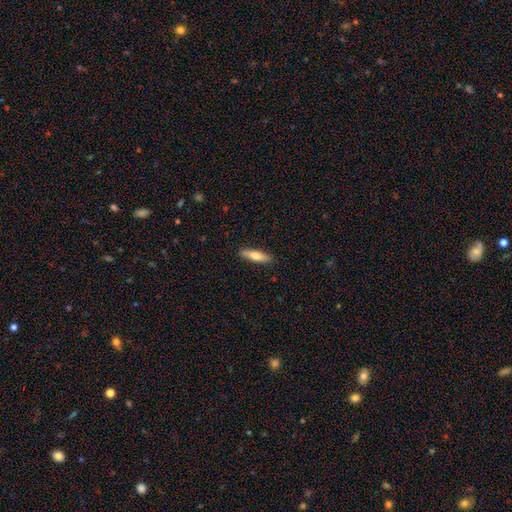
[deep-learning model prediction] Smooth or featured?
  - smooth: 68% *
  - featured or disk: 27%
  - star or artifact: 5%
How rounded?
  - cigar-shaped: 71% *
  - in between: 27%
  - round: 2%
Merging?
  - none: 90% *
  - minor disturbance: 8%
  - major disturbance: 2%
  - merger: 1%